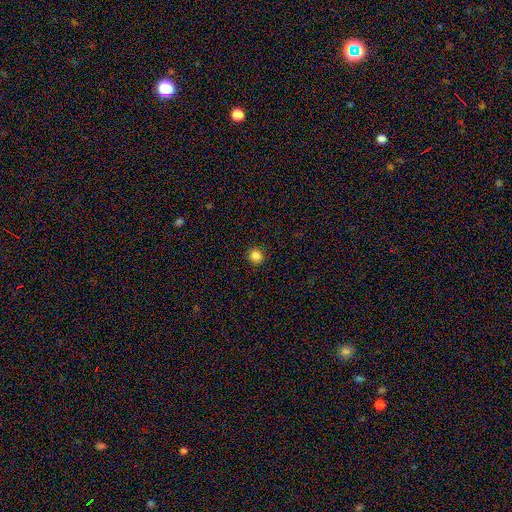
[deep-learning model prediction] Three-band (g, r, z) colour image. It shows a smooth galaxy with no disk features (85%) that is round (92%). Merging: none (91%).